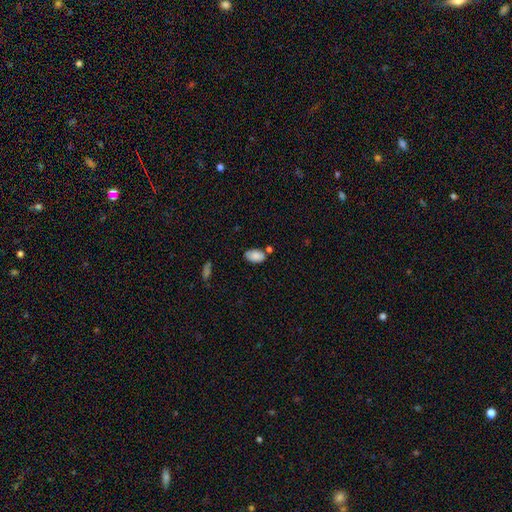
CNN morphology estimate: The model was most divided on "merging": none: 64%, minor disturbance: 19%, merger: 12%, major disturbance: 4%. More confident: how rounded — in between (93%); smooth or featured — smooth (84%).